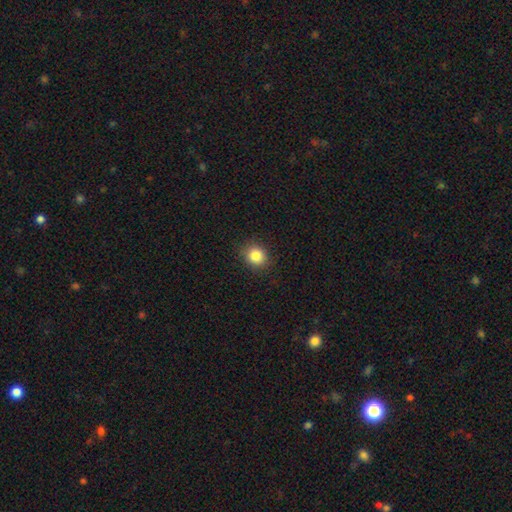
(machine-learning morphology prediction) Smooth or featured: smooth — 85% (star or artifact — 10%)
How rounded: round — 78% (in between — 21%)
Merging: none — 89% (minor disturbance — 8%)